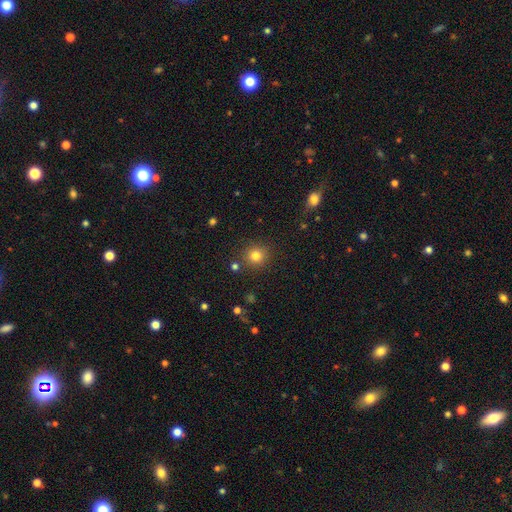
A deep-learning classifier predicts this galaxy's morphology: smooth_or_featured: smooth (p=0.81) [alt: star or artifact p=0.13]
how_rounded: round (p=0.91) [alt: in between p=0.08]
merging: none (p=0.87) [alt: minor disturbance p=0.07]